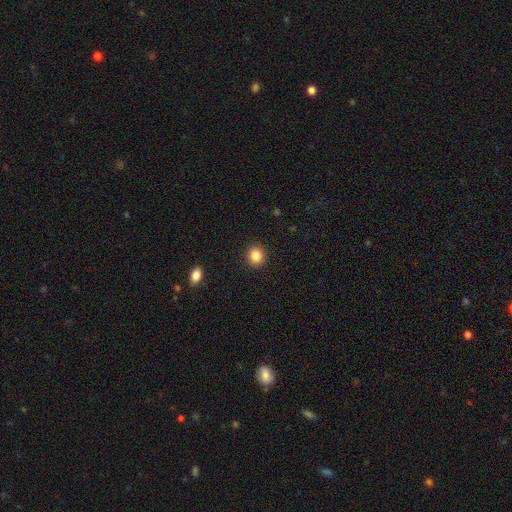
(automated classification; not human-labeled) The model was most divided on "how rounded": round: 84%, in between: 15%, cigar-shaped: 1%. More confident: merging — none (92%); smooth or featured — smooth (85%).